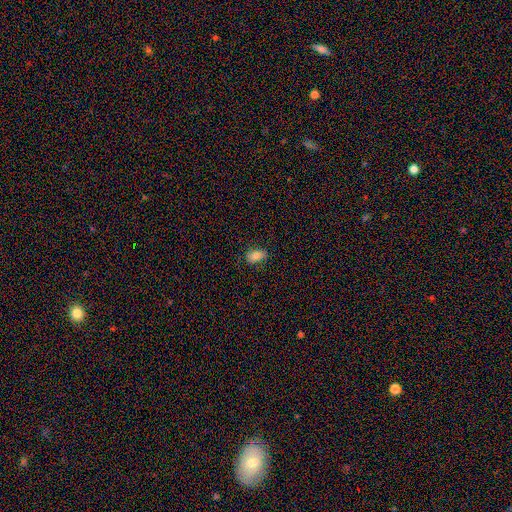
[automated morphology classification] smooth-or-featured: smooth: 81% | star or artifact: 10% | featured or disk: 9%
  how-rounded: in between: 89% | round: 9% | cigar-shaped: 2%
  merging: none: 75% | minor disturbance: 19% | major disturbance: 5% | merger: 1%